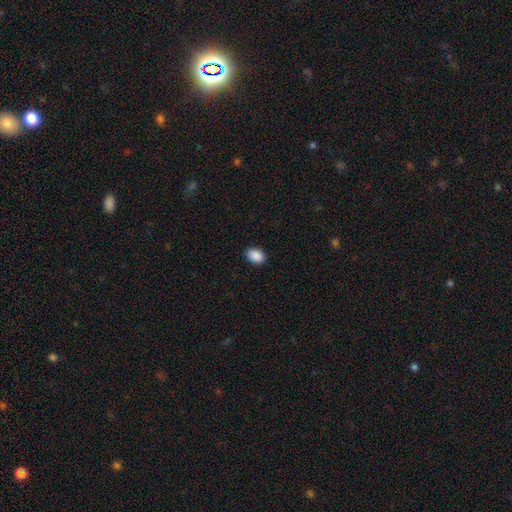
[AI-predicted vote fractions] Smooth or featured?
  - smooth: 90% *
  - star or artifact: 8%
  - featured or disk: 3%
How rounded?
  - in between: 78% *
  - round: 21%
  - cigar-shaped: 1%
Merging?
  - none: 89% *
  - minor disturbance: 8%
  - major disturbance: 2%
  - merger: 1%